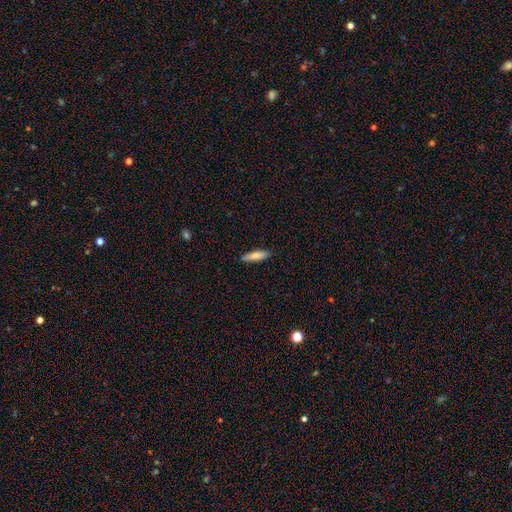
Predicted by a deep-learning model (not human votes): Smooth or featured? Predicted: smooth (p=0.74). How rounded? Predicted: cigar-shaped (p=0.70). Merging? Predicted: none (p=0.88).